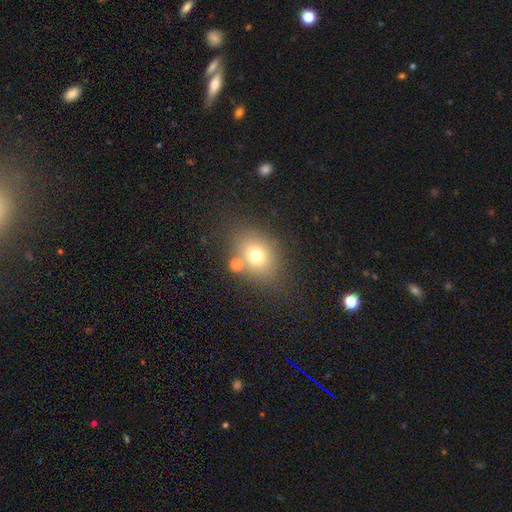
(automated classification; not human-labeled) Morphology: type=smooth (71%); roundness=in between (56%); merging=none (68%).